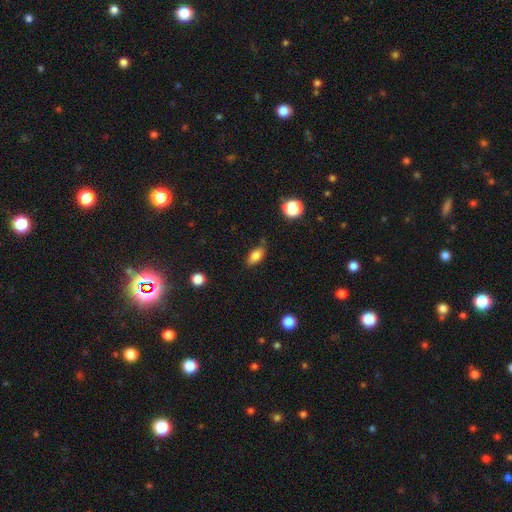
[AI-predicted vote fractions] This appears to be a smooth galaxy with no disk features (81%) that is in between round and cigar-shaped (87%). Merging: none (77%).